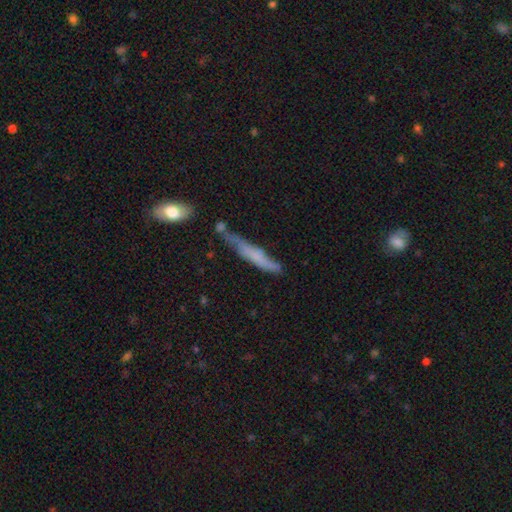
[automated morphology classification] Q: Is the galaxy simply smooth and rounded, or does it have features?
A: smooth — 53%.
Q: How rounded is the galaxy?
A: cigar-shaped — 91%.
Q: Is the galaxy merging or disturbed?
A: none — 55%.